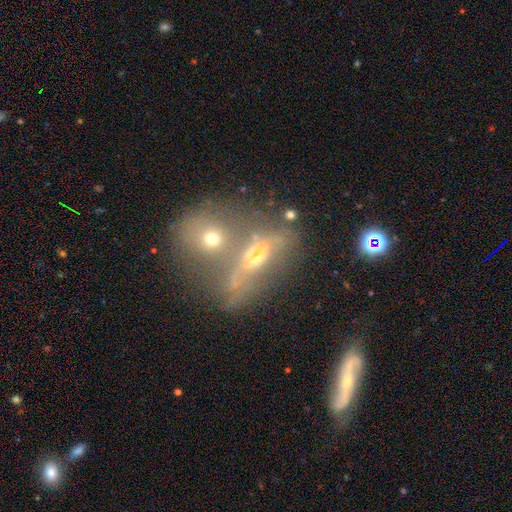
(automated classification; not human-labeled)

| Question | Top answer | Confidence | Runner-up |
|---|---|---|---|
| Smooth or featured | featured or disk | 45% | smooth (39%) |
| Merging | merger | 56% | none (23%) |